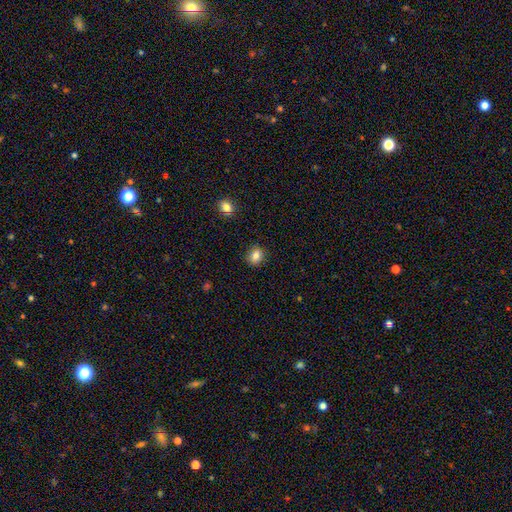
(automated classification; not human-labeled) smooth 83%, star or artifact 10%, featured or disk 7%. Down the decision tree: how rounded — round (63%); merging — none (87%).